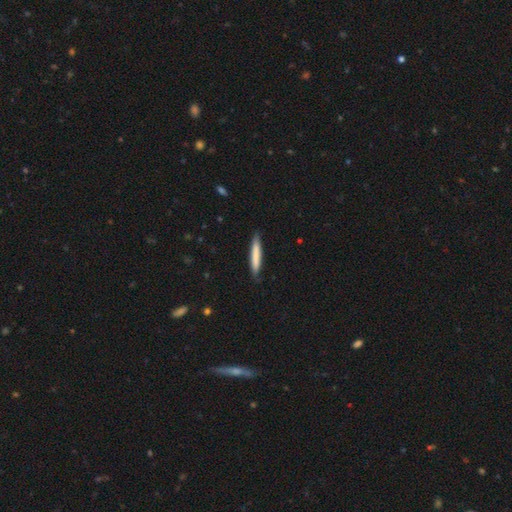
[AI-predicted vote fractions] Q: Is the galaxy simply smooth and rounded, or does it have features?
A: smooth — 76%.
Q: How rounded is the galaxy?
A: cigar-shaped — 94%.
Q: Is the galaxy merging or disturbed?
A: none — 85%.